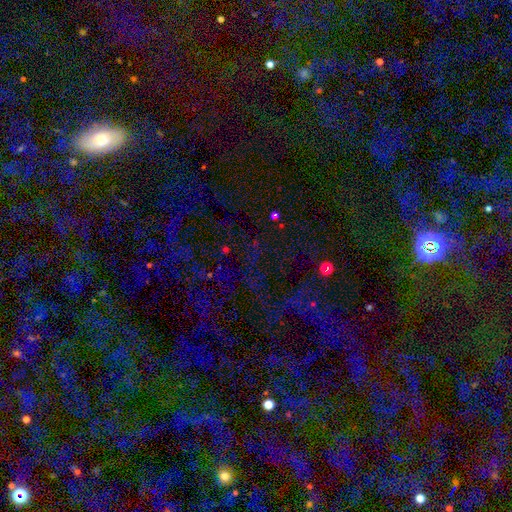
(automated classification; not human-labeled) Smooth or featured? Predicted: star or artifact (p=0.68).